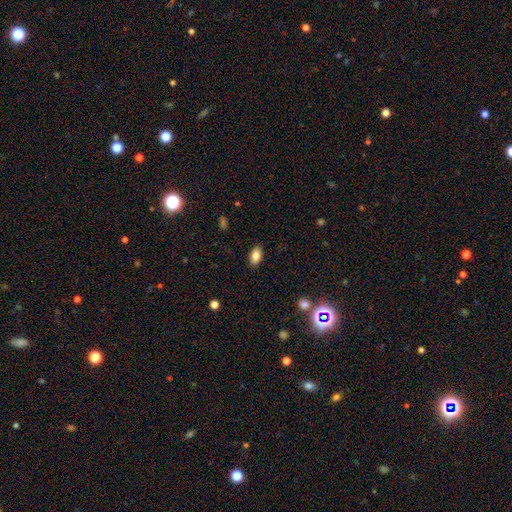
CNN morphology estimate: Smooth or featured? smooth (84%)
How rounded? in between (91%)
Merging? none (89%)